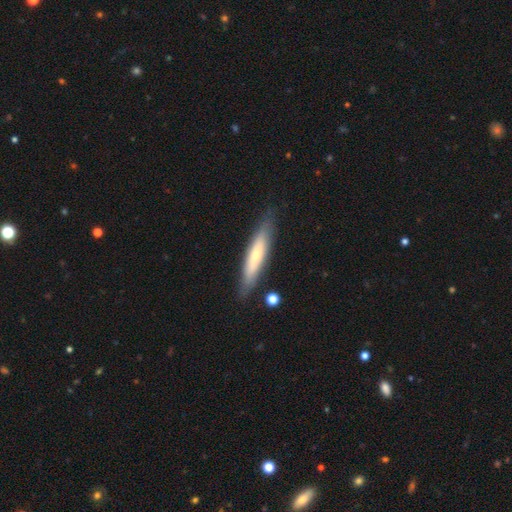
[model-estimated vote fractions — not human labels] Overall: smooth (54%; featured or disk 40%). How rounded: cigar-shaped (84%). Merging: none (83%).